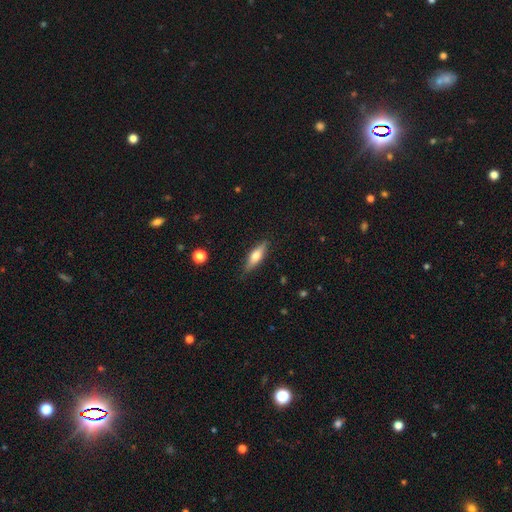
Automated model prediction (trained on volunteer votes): The model was most divided on "how rounded": cigar-shaped: 52%, in between: 45%, round: 3%. More confident: merging — none (84%); smooth or featured — smooth (60%).